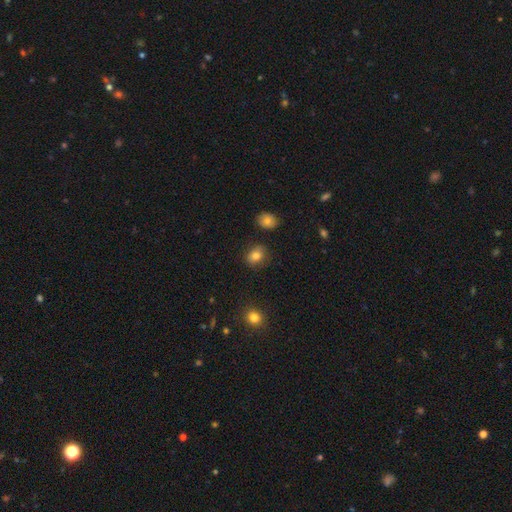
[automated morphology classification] This appears to be a smooth galaxy with no disk features (81%) that is round (50%). Merging: none (84%).